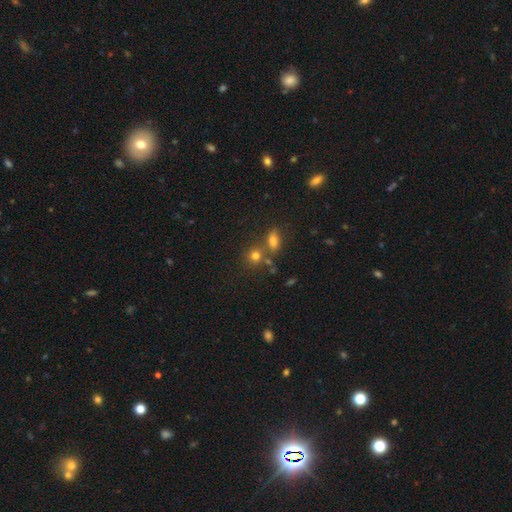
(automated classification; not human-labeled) The model was most divided on "merging": none: 55%, merger: 30%, minor disturbance: 10%, major disturbance: 4%. More confident: how rounded — round (71%); smooth or featured — smooth (67%).